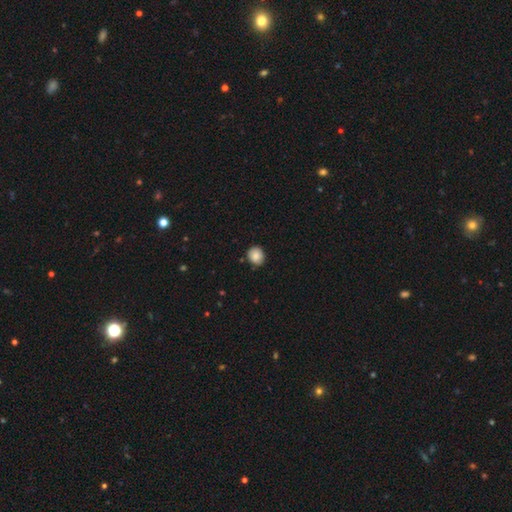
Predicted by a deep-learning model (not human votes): smooth 86%, star or artifact 8%, featured or disk 6%. Down the decision tree: how rounded — round (77%); merging — none (84%).